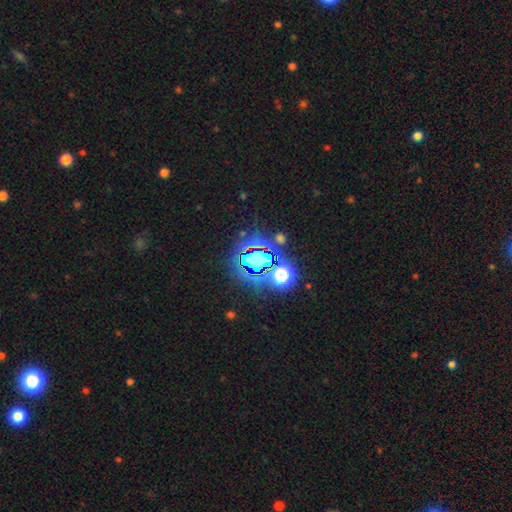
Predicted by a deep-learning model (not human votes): Overall: star or artifact (79%).